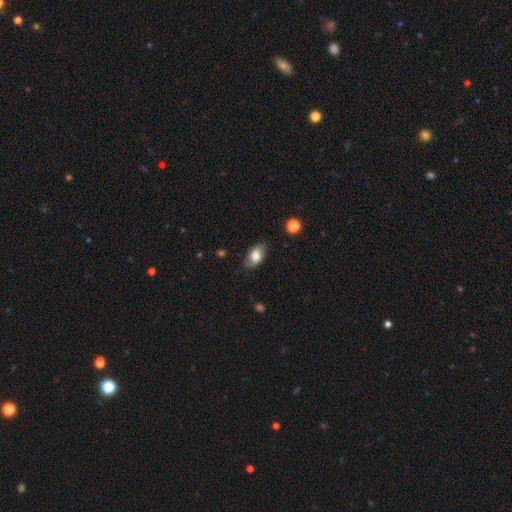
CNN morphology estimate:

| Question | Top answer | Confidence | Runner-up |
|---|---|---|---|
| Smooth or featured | smooth | 64% | featured or disk (28%) |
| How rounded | in between | 90% | round (7%) |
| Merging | none | 80% | minor disturbance (15%) |